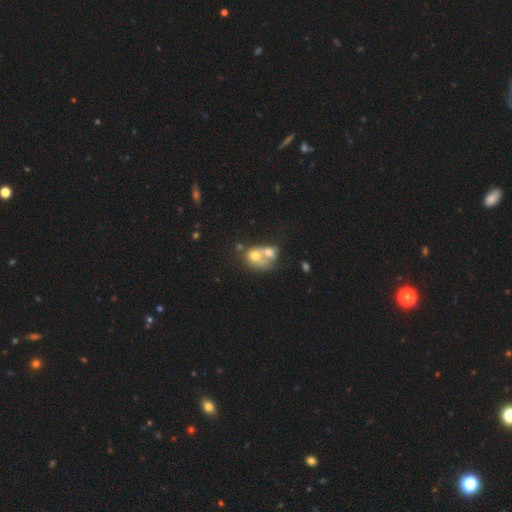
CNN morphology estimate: Q: Smooth or featured?
A: smooth (57%); runner-up: featured or disk (32%)
Q: How rounded?
A: round (54%); runner-up: in between (45%)
Q: Merging?
A: merger (73%); runner-up: none (15%)